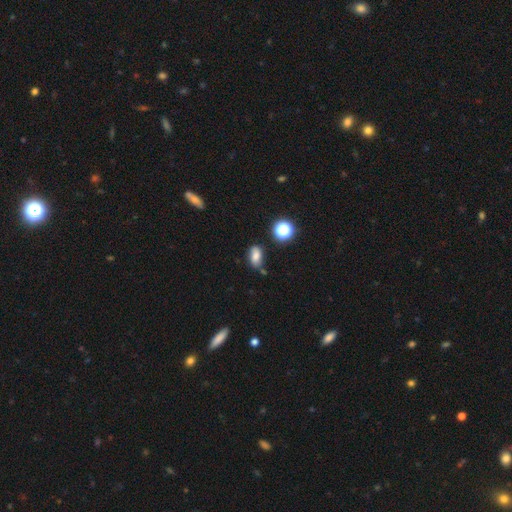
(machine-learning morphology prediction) smooth_or_featured: smooth (p=0.73) [alt: star or artifact p=0.14]
how_rounded: in between (p=0.84) [alt: round p=0.13]
merging: none (p=0.66) [alt: minor disturbance p=0.21]